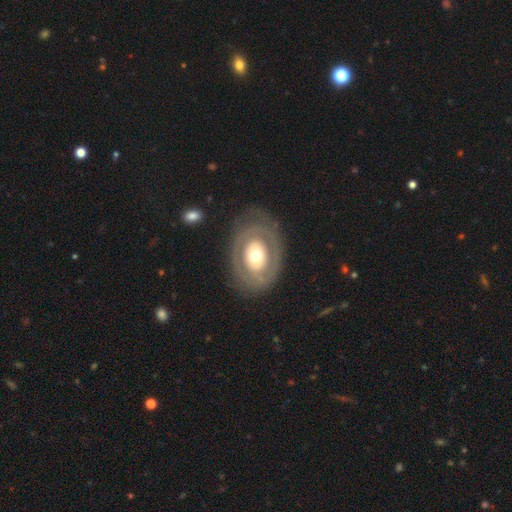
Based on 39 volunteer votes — Smooth or featured?
  - featured or disk: 54% *
  - smooth: 41%
  - star or artifact: 5%
Edge-on disk?
  - no: 86% *
  - yes: 14%
Bar?
  - no: 94% *
  - weak: 6%
  - strong: 0%
Spiral arms?
  - no: 89% *
  - yes: 11%
Bulge size?
  - moderate: 67% *
  - dominant: 11%
  - large: 11%
  - small: 11%
  - none: 0%
Merging?
  - none: 76% *
  - minor disturbance: 11%
  - major disturbance: 11%
  - merger: 3%